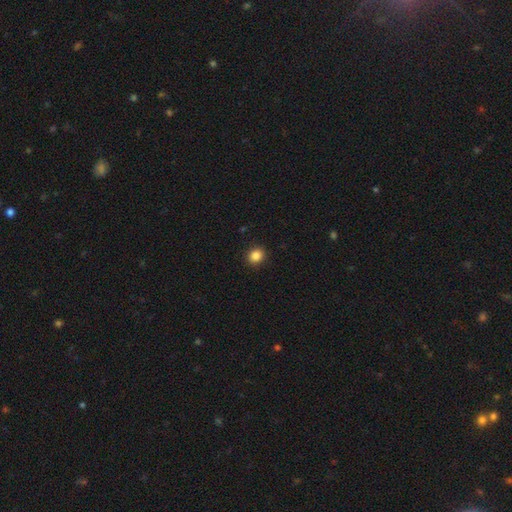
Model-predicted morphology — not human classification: smooth 86%, star or artifact 11%, featured or disk 3%. Down the decision tree: how rounded — round (79%); merging — none (92%).